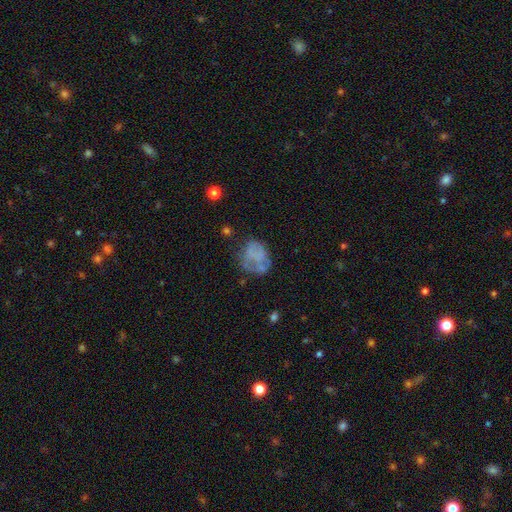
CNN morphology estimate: Smooth or featured? Predicted: smooth (p=0.46). Merging? Predicted: none (p=0.46).